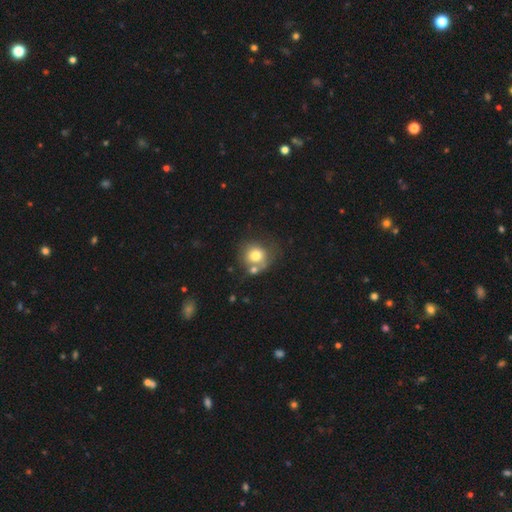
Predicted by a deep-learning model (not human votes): smooth 74%, featured or disk 16%, star or artifact 10%. Down the decision tree: how rounded — round (85%); merging — none (50%).